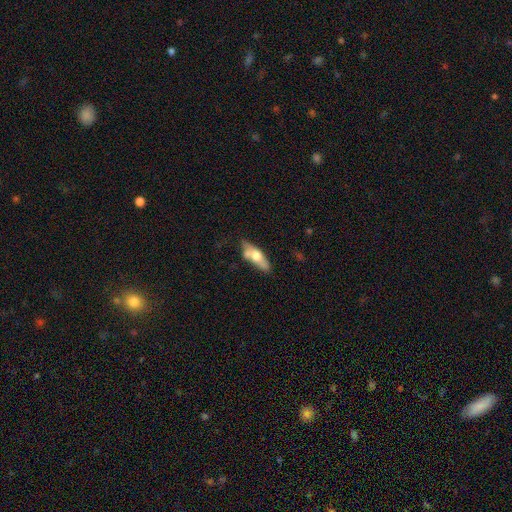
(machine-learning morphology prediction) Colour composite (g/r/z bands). It shows a smooth galaxy with no disk features (51%) that is in between round and cigar-shaped (56%). Merging: none (56%).